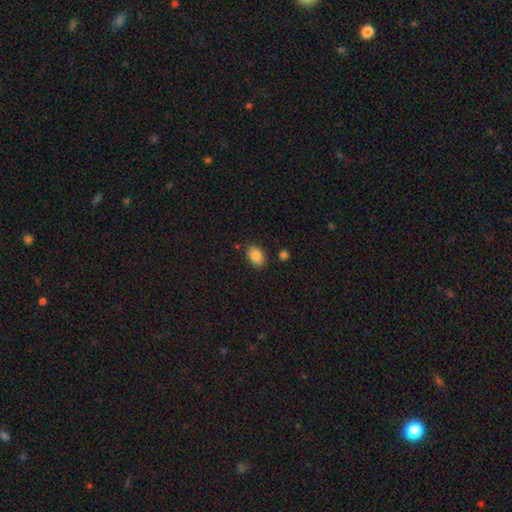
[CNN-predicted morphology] This appears to be a smooth galaxy with no disk features (86%) that is in between round and cigar-shaped (77%). Merging: none (84%).